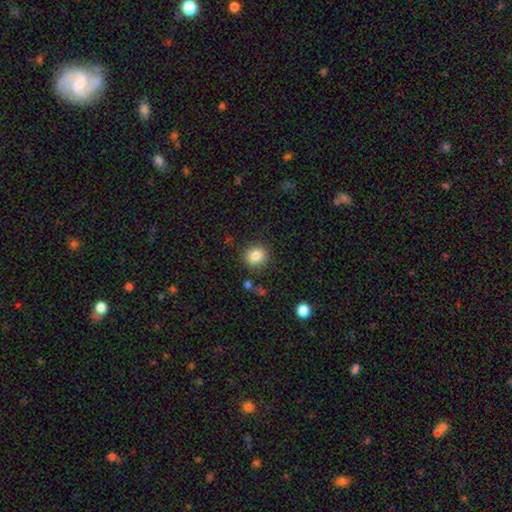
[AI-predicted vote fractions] This appears to be a smooth galaxy with no disk features (84%) that is round (86%). Merging: none (87%).